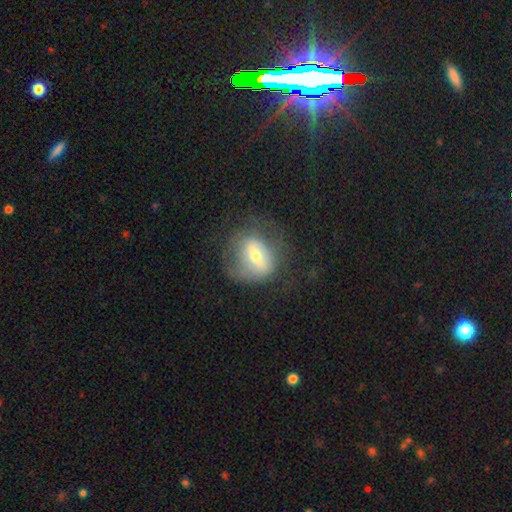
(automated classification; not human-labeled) Smooth or featured: featured or disk — 48% (smooth — 43%)
Merging: none — 58% (minor disturbance — 22%)